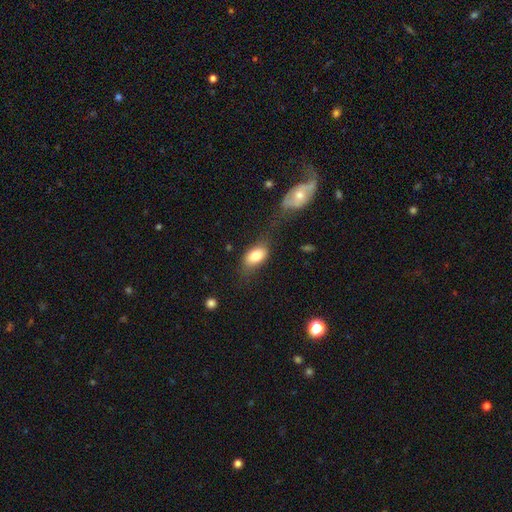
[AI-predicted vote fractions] Smooth or featured: smooth — 79% (featured or disk — 14%)
How rounded: in between — 88% (round — 9%)
Merging: none — 54% (minor disturbance — 22%)